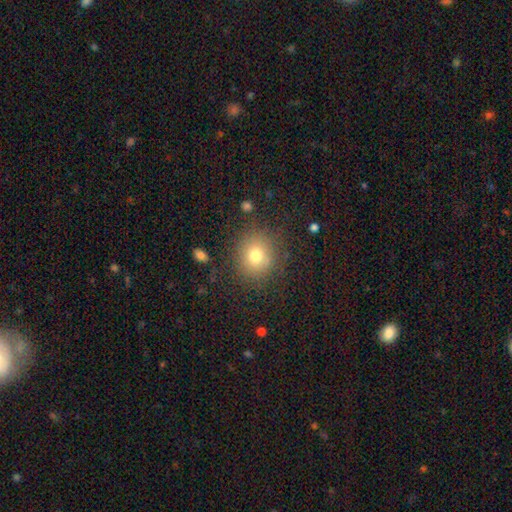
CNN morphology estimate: smooth_or_featured: smooth (p=0.76) [alt: star or artifact p=0.13]
how_rounded: round (p=0.78) [alt: in between p=0.21]
merging: none (p=0.83) [alt: minor disturbance p=0.10]